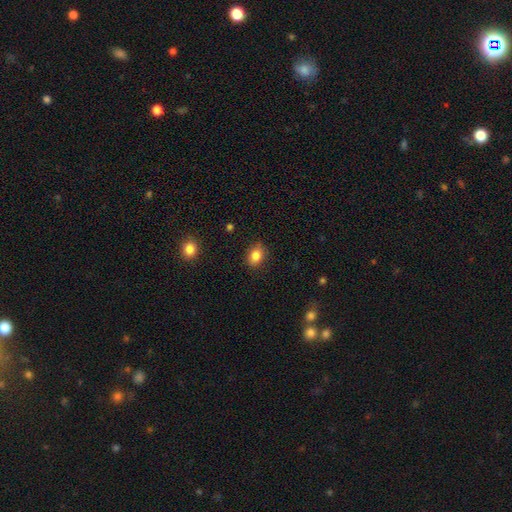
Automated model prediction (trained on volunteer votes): Smooth or featured? smooth (85%)
How rounded? in between (67%)
Merging? none (84%)